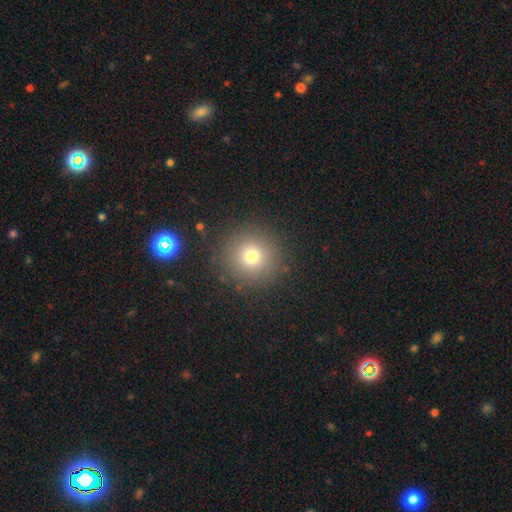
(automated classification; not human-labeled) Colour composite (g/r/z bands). It shows a smooth galaxy with no disk features (73%) that is round (95%). Merging: none (90%).